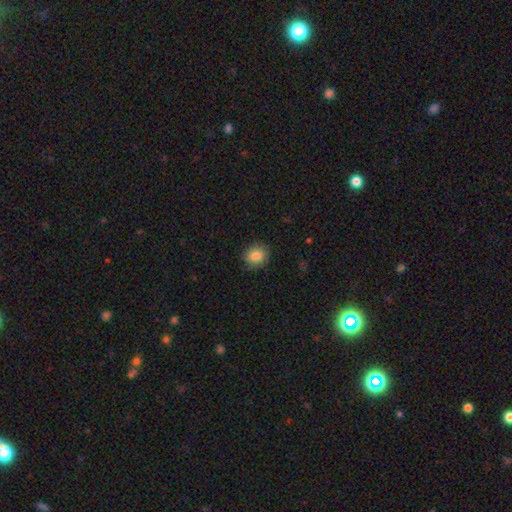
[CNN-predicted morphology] Smooth or featured? smooth (85%)
How rounded? round (70%)
Merging? none (85%)